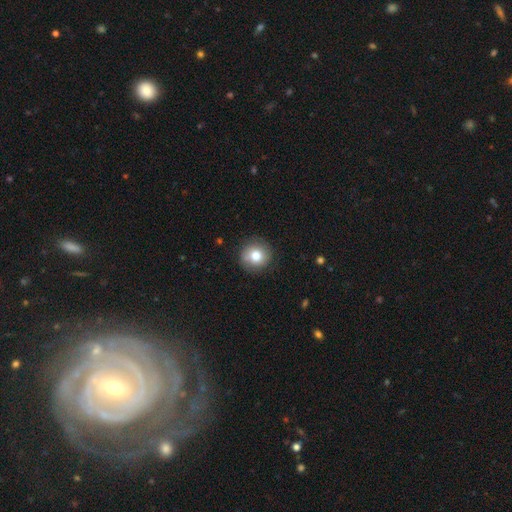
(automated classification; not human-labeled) Smooth or featured? Predicted: smooth (p=0.80). How rounded? Predicted: round (p=0.92). Merging? Predicted: none (p=0.86).